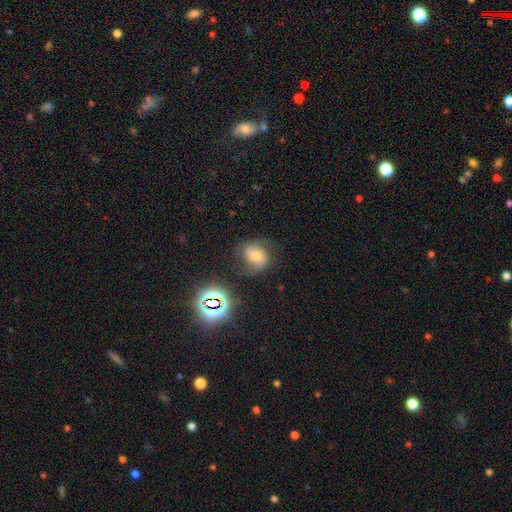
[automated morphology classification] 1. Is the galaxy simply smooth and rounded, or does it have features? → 47% featured or disk, 31% smooth, 22% star or artifact.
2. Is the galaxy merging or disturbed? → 67% none, 20% minor disturbance, 11% major disturbance, 2% merger.